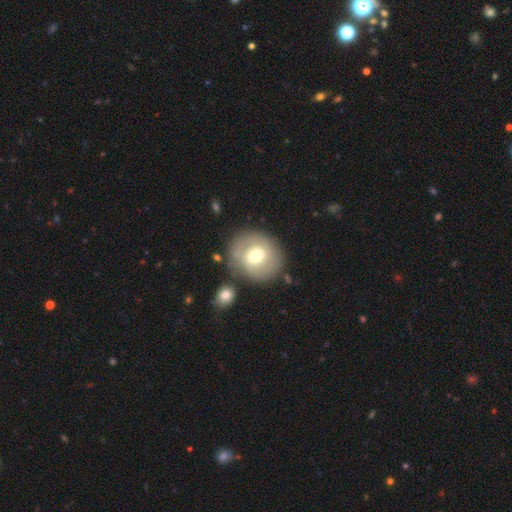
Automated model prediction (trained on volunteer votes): Smooth or featured: smooth — 52% (featured or disk — 41%)
How rounded: round — 78% (in between — 21%)
Merging: none — 74% (minor disturbance — 13%)